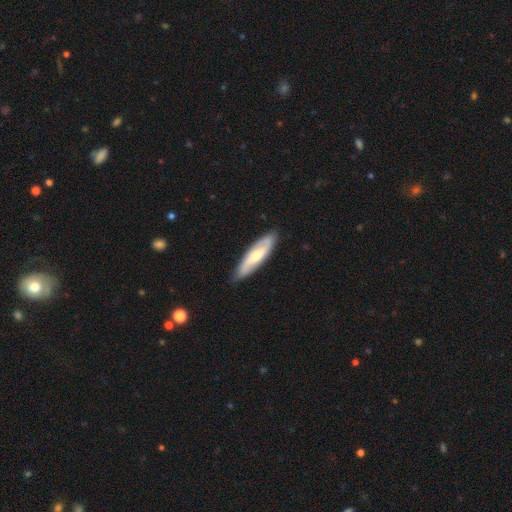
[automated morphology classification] This is likely a featured or disk galaxy (62%). It is likely not viewed edge-on (71%). Merging: clearly none (85%).